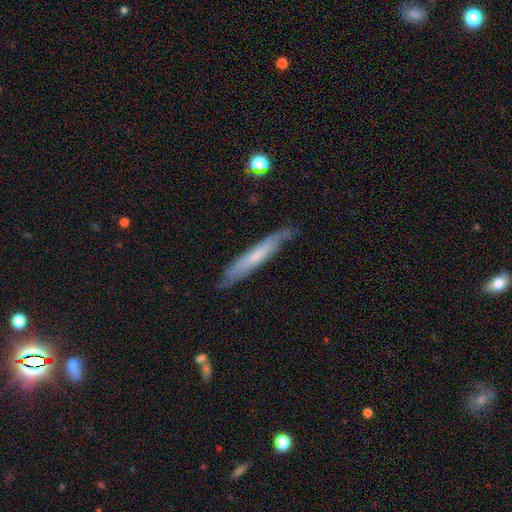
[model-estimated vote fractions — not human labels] A smooth galaxy with no disk features (51%) that is cigar-shaped (93%).

Vote fractions:
- Smooth or featured? smooth: 51% / featured or disk: 43% / star or artifact: 6%
- How rounded? cigar-shaped: 93% / in between: 6% / round: 1%
- Merging? none: 77% / minor disturbance: 18% / major disturbance: 4% / merger: 2%